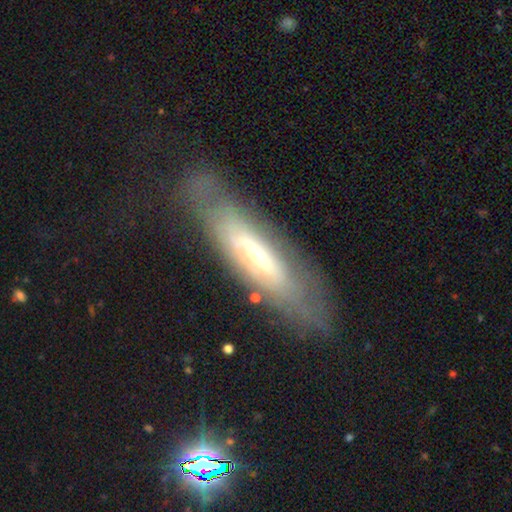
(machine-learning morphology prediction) This is likely a featured or disk galaxy (65%). It is possibly not viewed edge-on (52%). Merging: likely none (67%).